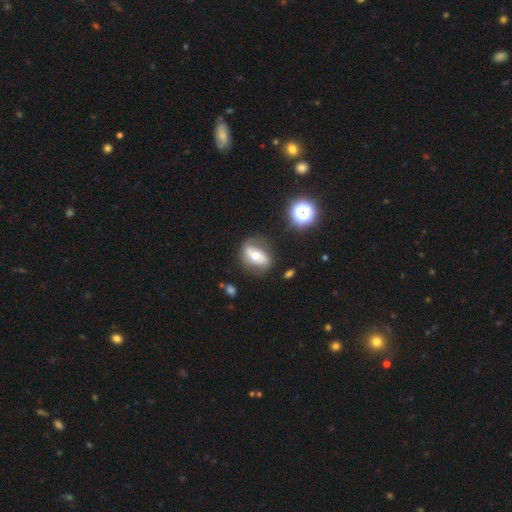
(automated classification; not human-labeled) A featured or disk galaxy (57%) with a strong bar (41%), spiral arms (60%) and a moderate central bulge (68%). Merging: none (69%).